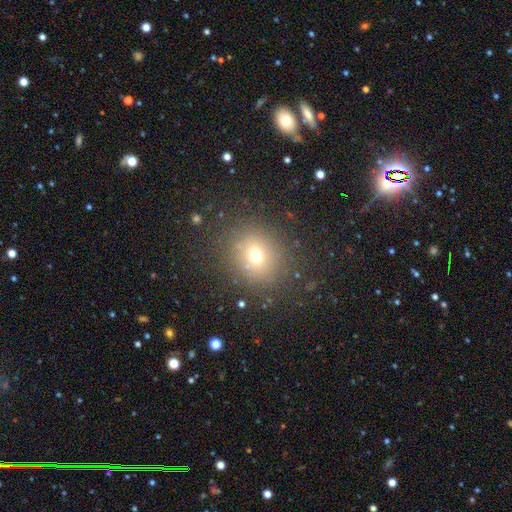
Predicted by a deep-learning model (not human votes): Morphology: type=smooth (68%); roundness=round (80%); merging=none (83%).